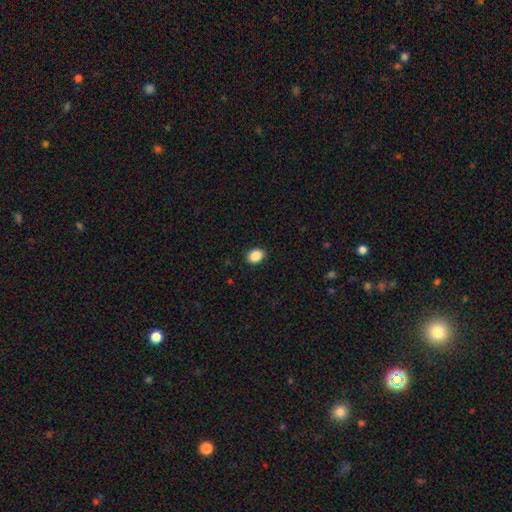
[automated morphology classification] Q: Smooth or featured?
A: smooth (89%); runner-up: star or artifact (8%)
Q: How rounded?
A: in between (62%); runner-up: round (37%)
Q: Merging?
A: none (90%); runner-up: minor disturbance (7%)